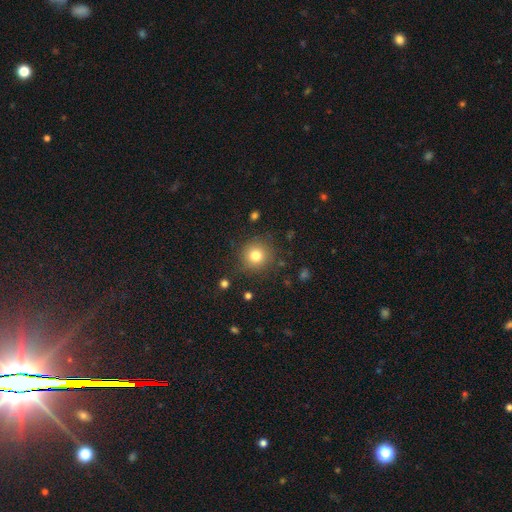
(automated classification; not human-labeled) This is likely a smooth galaxy (79%). How rounded: clearly round (92%). Merging: clearly none (87%).